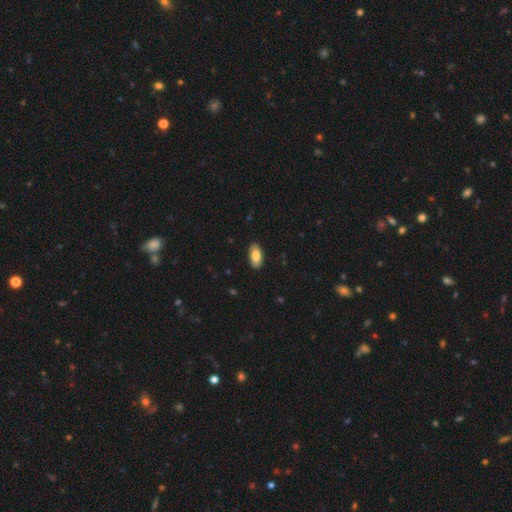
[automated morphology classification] smooth 83%, featured or disk 11%, star or artifact 6%. Down the decision tree: how rounded — in between (93%); merging — none (89%).